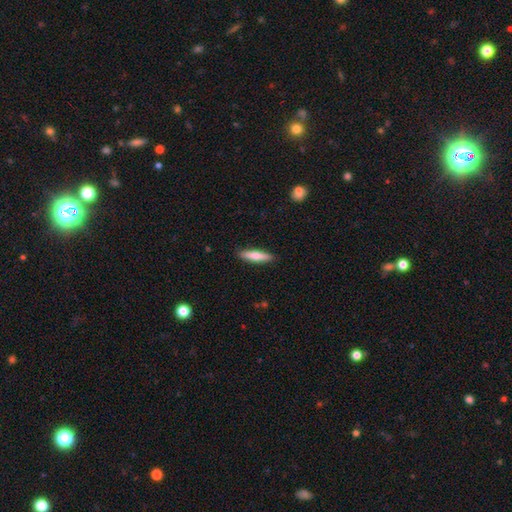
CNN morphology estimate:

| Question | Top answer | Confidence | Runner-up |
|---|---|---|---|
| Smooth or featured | smooth | 71% | featured or disk (23%) |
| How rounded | cigar-shaped | 79% | in between (19%) |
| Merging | none | 90% | minor disturbance (8%) |